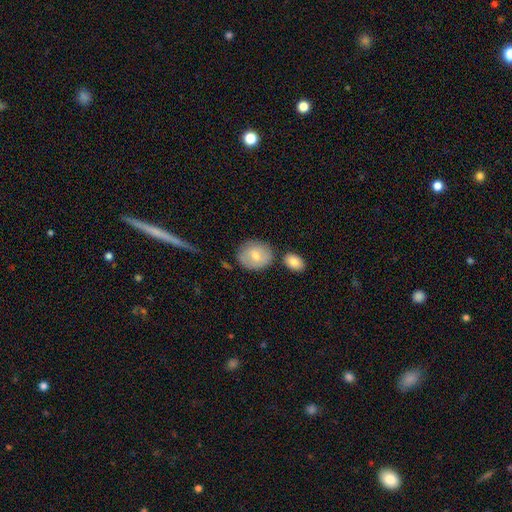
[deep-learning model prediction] smooth 72%, featured or disk 22%, star or artifact 7%. Down the decision tree: how rounded — round (64%); merging — none (68%).